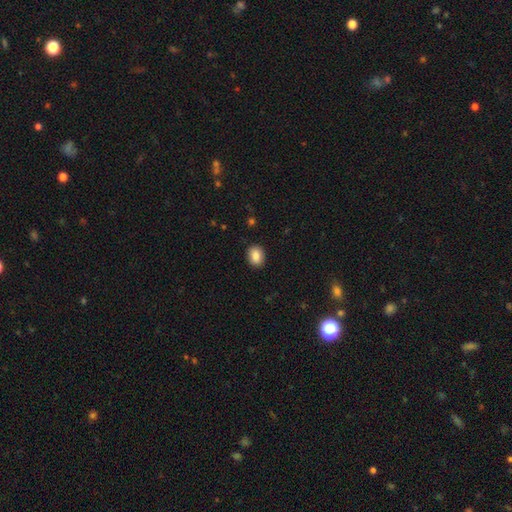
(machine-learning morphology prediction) A smooth galaxy with no disk features (87%) that is in between round and cigar-shaped (61%).

Vote fractions:
- Smooth or featured? smooth: 87% / star or artifact: 8% / featured or disk: 5%
- How rounded? in between: 61% / round: 38% / cigar-shaped: 1%
- Merging? none: 89% / minor disturbance: 8% / major disturbance: 2% / merger: 1%